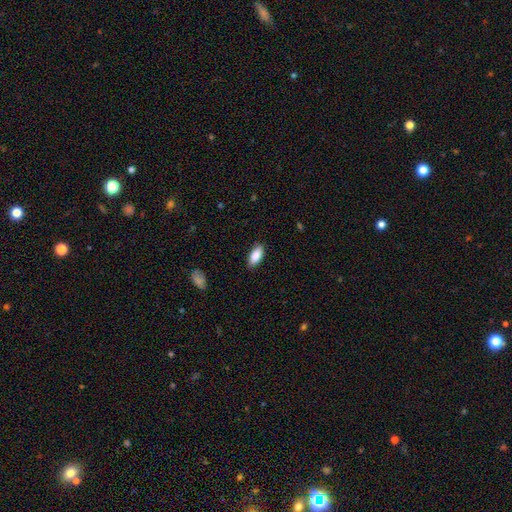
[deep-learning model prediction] Smooth or featured? Predicted: smooth (p=0.87). How rounded? Predicted: in between (p=0.86). Merging? Predicted: none (p=0.87).